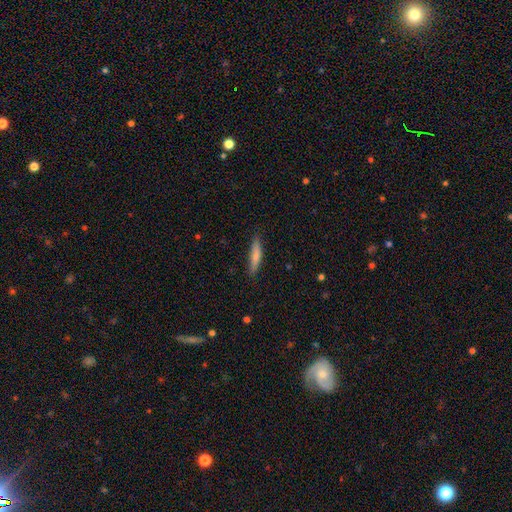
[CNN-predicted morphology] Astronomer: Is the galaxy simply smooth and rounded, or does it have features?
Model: smooth — 75%.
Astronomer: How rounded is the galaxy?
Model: cigar-shaped — 86%.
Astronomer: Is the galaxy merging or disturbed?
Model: none — 84%.